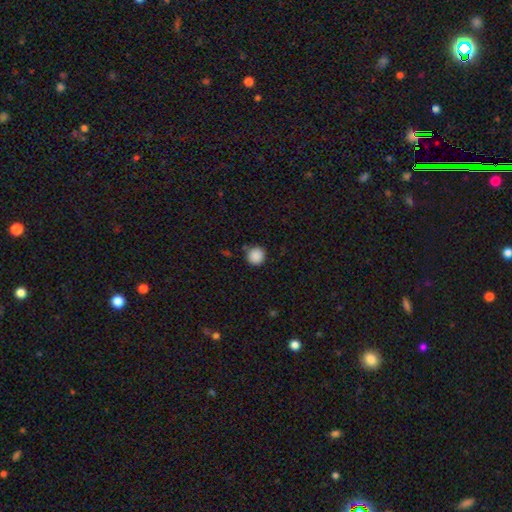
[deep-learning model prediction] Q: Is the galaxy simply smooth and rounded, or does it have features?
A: smooth — 88%.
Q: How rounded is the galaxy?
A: round — 94%.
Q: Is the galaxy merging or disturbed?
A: none — 85%.